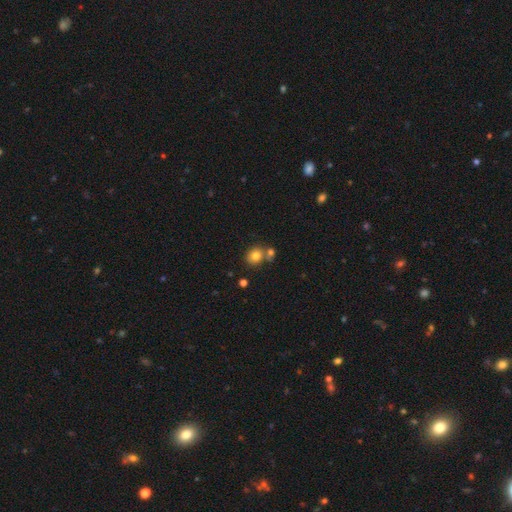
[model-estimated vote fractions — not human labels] Smooth or featured?
  - smooth: 79% *
  - star or artifact: 12%
  - featured or disk: 10%
How rounded?
  - round: 76% *
  - in between: 23%
  - cigar-shaped: 1%
Merging?
  - none: 60% *
  - merger: 27%
  - minor disturbance: 10%
  - major disturbance: 3%